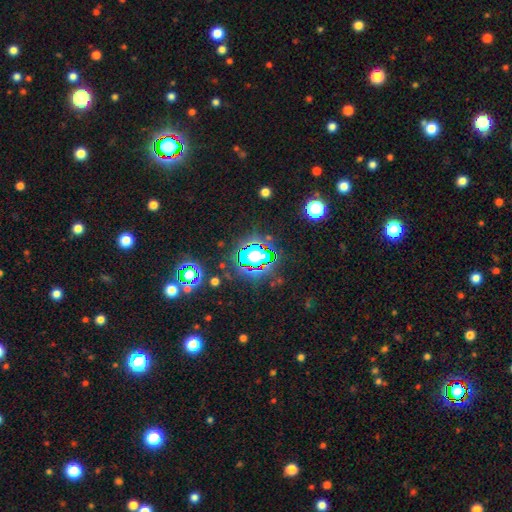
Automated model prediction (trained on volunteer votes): smooth-or-featured: star or artifact: 67% | smooth: 22% | featured or disk: 11%